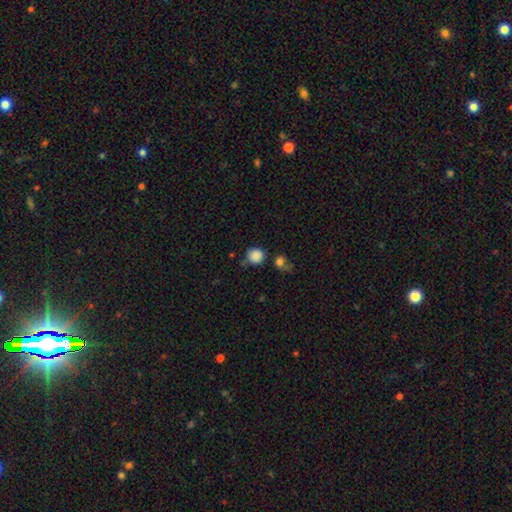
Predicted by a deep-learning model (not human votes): Smooth or featured? Predicted: smooth (p=0.86). How rounded? Predicted: round (p=0.92). Merging? Predicted: none (p=0.72).